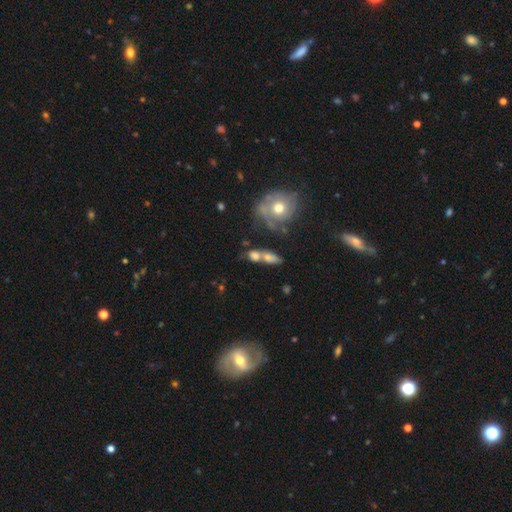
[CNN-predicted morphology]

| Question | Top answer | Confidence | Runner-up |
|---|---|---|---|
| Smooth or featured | smooth | 64% | featured or disk (24%) |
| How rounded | in between | 57% | round (31%) |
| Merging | merger | 53% | none (28%) |